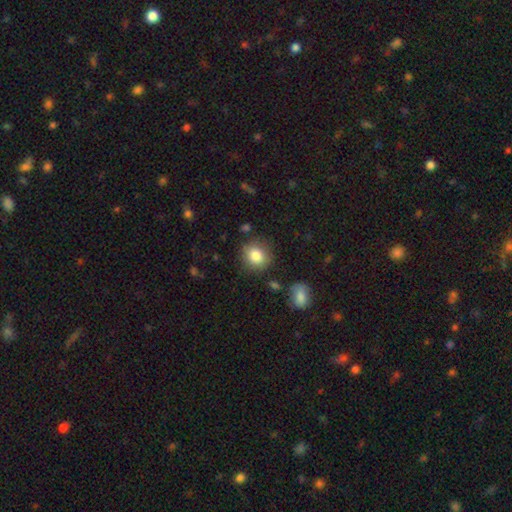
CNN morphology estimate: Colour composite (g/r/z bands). It shows a smooth galaxy with no disk features (84%) that is round (85%). Merging: none (82%).